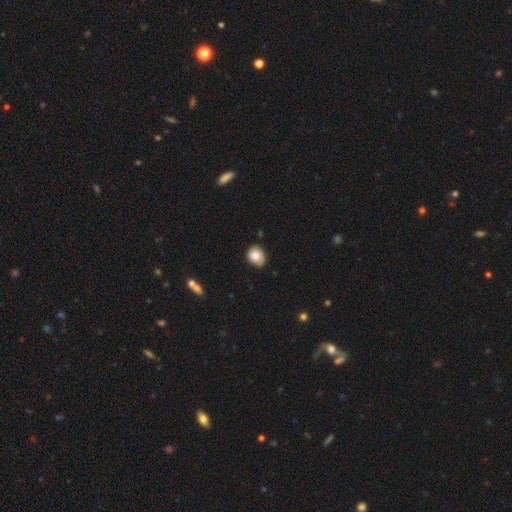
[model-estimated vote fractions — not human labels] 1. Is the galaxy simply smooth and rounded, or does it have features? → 77% smooth, 14% featured or disk, 8% star or artifact.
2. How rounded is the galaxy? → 58% round, 41% in between, 1% cigar-shaped.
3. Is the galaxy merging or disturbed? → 75% none, 20% minor disturbance, 3% major disturbance, 2% merger.